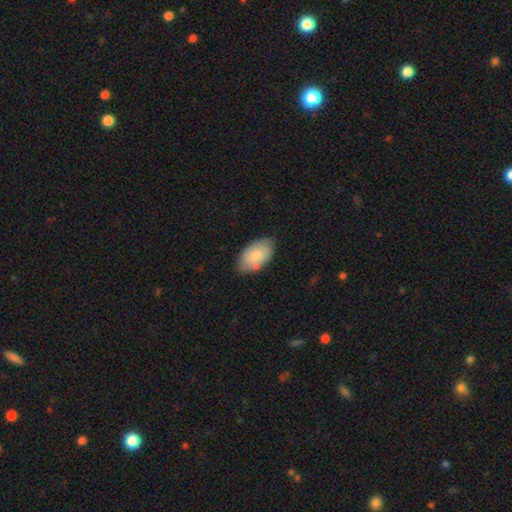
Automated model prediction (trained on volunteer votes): smooth-or-featured: smooth: 75% | featured or disk: 19% | star or artifact: 6%
  how-rounded: in between: 94% | round: 5% | cigar-shaped: 1%
  merging: none: 74% | minor disturbance: 21% | major disturbance: 3% | merger: 2%